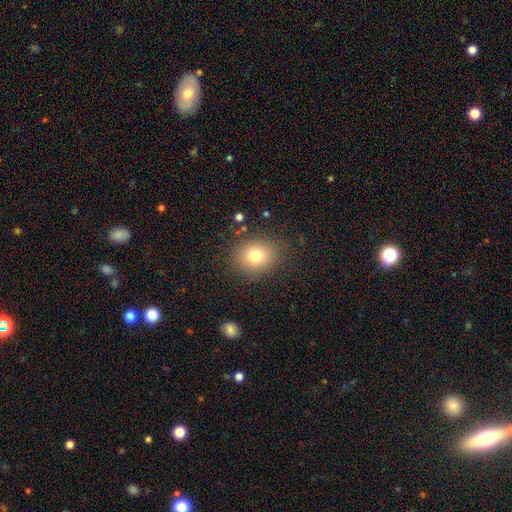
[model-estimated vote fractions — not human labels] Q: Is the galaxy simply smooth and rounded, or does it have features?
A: smooth — 78%.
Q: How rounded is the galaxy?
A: round — 67%.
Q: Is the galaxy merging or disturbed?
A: none — 85%.